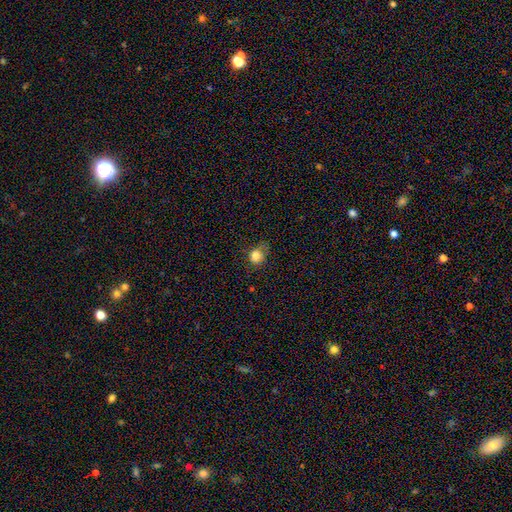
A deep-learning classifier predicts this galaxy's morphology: Q: Smooth or featured?
A: smooth (83%); runner-up: star or artifact (11%)
Q: How rounded?
A: round (71%); runner-up: in between (28%)
Q: Merging?
A: none (56%); runner-up: minor disturbance (31%)